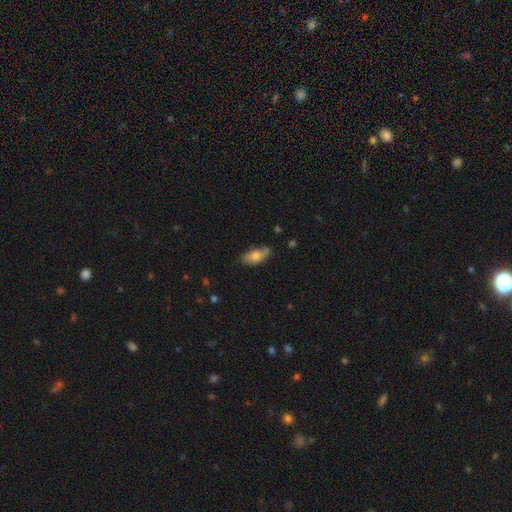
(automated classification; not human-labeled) Smooth or featured?
  - smooth: 70% *
  - featured or disk: 23%
  - star or artifact: 7%
How rounded?
  - in between: 85% *
  - cigar-shaped: 12%
  - round: 3%
Merging?
  - none: 64% *
  - minor disturbance: 28%
  - major disturbance: 5%
  - merger: 3%